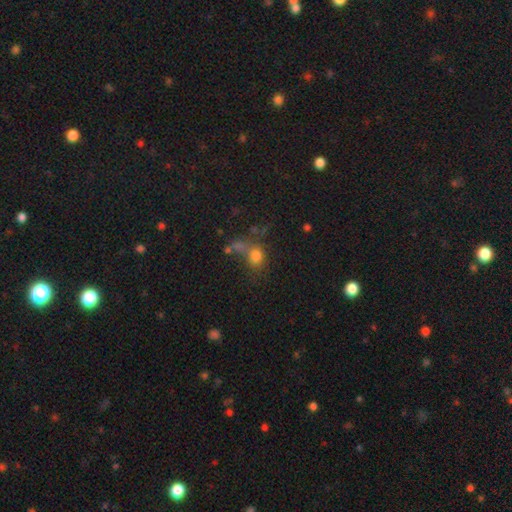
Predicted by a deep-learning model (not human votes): smooth-or-featured: smooth: 72% | star or artifact: 16% | featured or disk: 12%
  how-rounded: round: 55% | in between: 44% | cigar-shaped: 2%
  merging: none: 39% | merger: 29% | major disturbance: 17% | minor disturbance: 15%